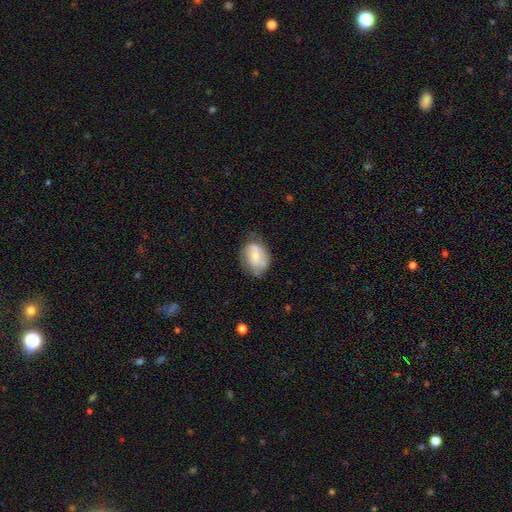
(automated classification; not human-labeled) The model was most divided on "smooth or featured": smooth: 57%, featured or disk: 36%, star or artifact: 7%. More confident: how rounded — in between (68%); merging — none (56%).